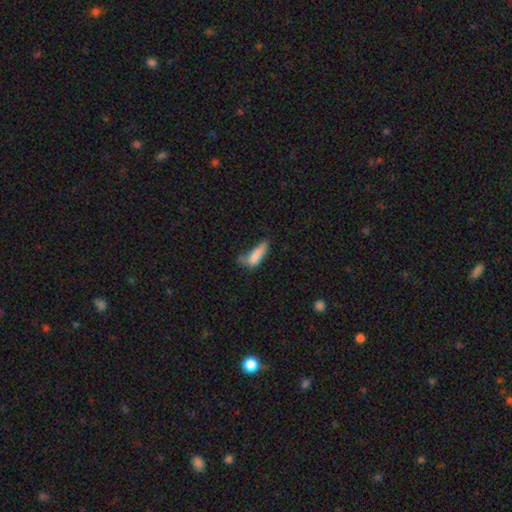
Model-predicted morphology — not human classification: Smooth or featured: smooth — 77% (featured or disk — 14%)
How rounded: in between — 52% (cigar-shaped — 46%)
Merging: minor disturbance — 35% (none — 30%)